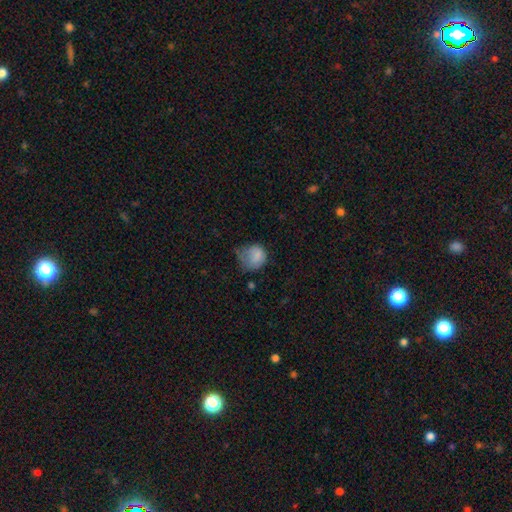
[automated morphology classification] Overall: smooth (81%). How rounded: round (71%). Merging: minor disturbance (37%; none 35%).